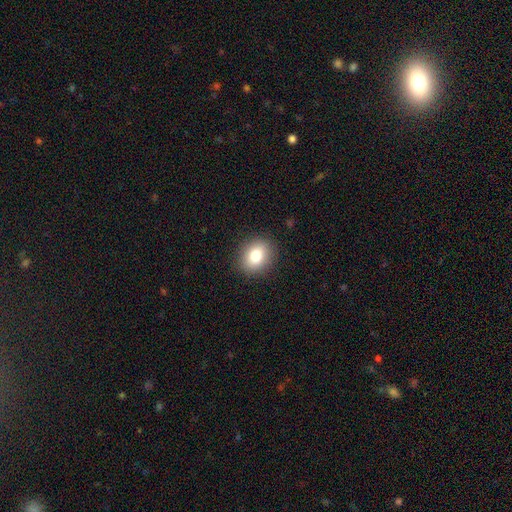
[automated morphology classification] Q: Smooth or featured?
A: smooth (82%); runner-up: star or artifact (10%)
Q: How rounded?
A: round (52%); runner-up: in between (47%)
Q: Merging?
A: none (89%); runner-up: minor disturbance (8%)